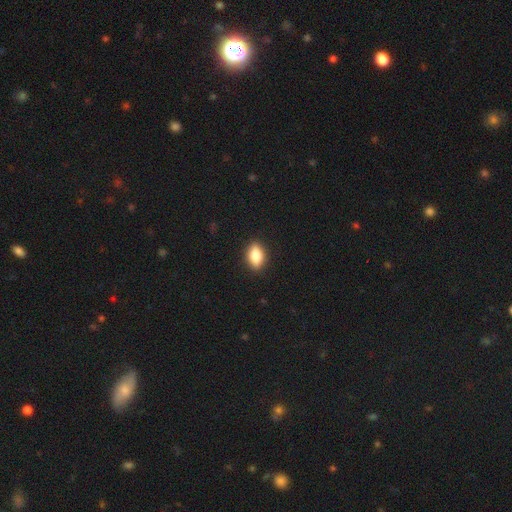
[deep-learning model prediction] A smooth galaxy with no disk features (82%) that is in between round and cigar-shaped (85%).

Vote fractions:
- Smooth or featured? smooth: 82% / featured or disk: 11% / star or artifact: 8%
- How rounded? in between: 85% / round: 10% / cigar-shaped: 6%
- Merging? none: 88% / minor disturbance: 9% / major disturbance: 2% / merger: 1%